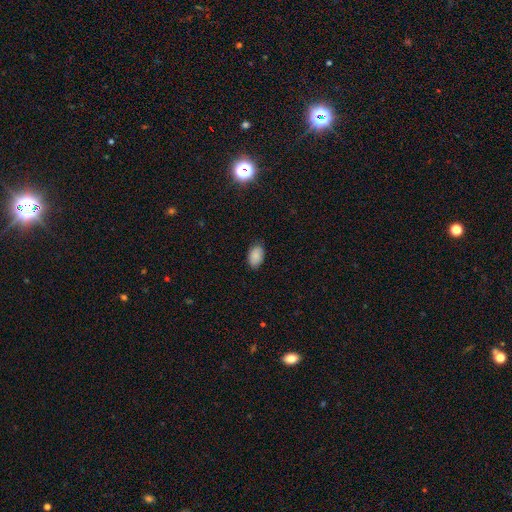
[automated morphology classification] The model was most divided on "merging": none: 82%, minor disturbance: 15%, major disturbance: 3%, merger: 1%. More confident: how rounded — in between (92%); smooth or featured — smooth (85%).